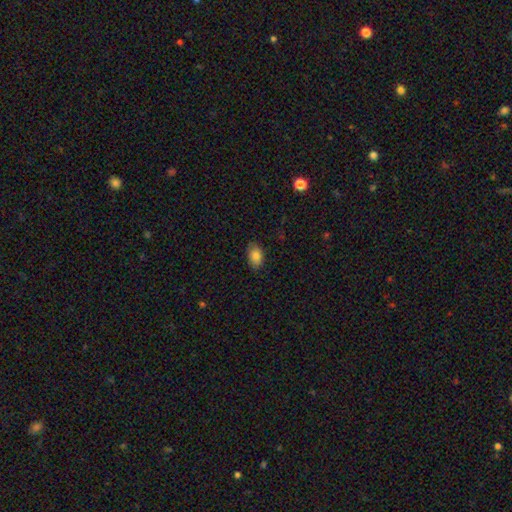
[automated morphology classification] smooth-or-featured: smooth: 84% | star or artifact: 8% | featured or disk: 8%
  how-rounded: in between: 90% | round: 9% | cigar-shaped: 2%
  merging: none: 84% | minor disturbance: 12% | major disturbance: 3% | merger: 1%